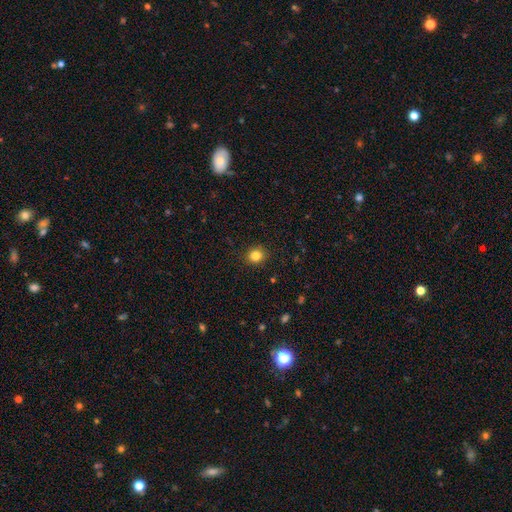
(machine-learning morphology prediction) This is clearly a smooth galaxy (83%). How rounded: clearly round (83%). Merging: clearly none (90%).